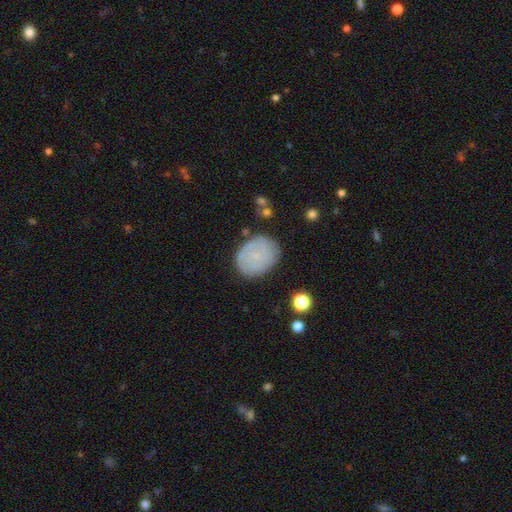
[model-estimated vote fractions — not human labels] Overall: smooth (56%; featured or disk 35%). How rounded: in between (52%; round 47%). Merging: none (78%).